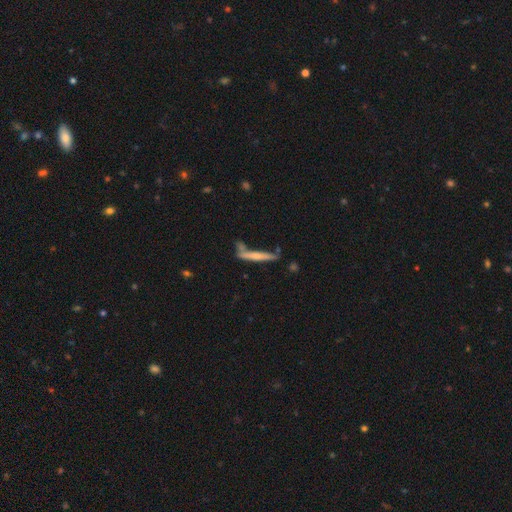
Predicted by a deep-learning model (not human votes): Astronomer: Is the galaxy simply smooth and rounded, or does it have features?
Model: smooth — 49% (runner-up: featured or disk, 44%).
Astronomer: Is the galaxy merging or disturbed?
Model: none — 66%.